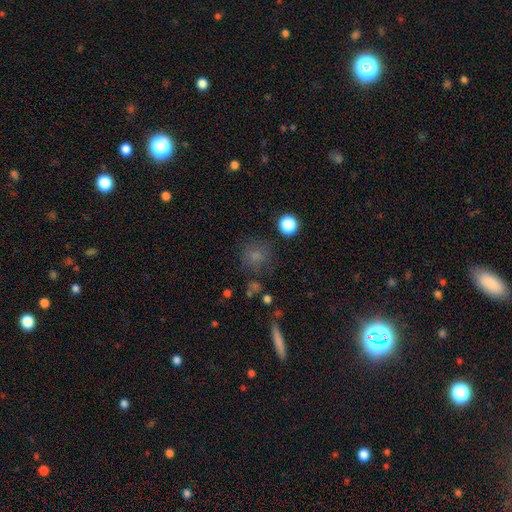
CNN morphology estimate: Smooth or featured: smooth — 71% (star or artifact — 19%)
How rounded: round — 85% (in between — 14%)
Merging: none — 70% (minor disturbance — 16%)